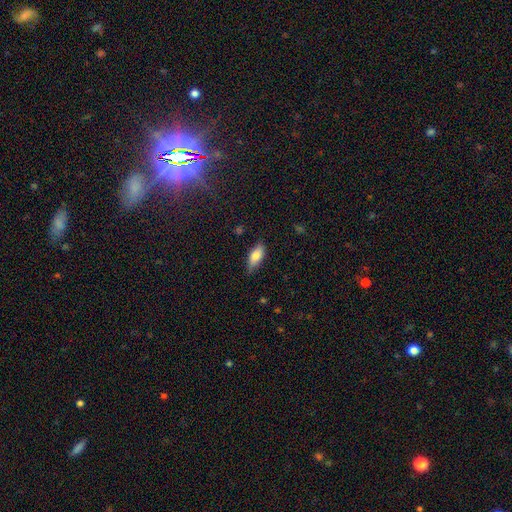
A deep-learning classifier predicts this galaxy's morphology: The model was most divided on "merging": none: 78%, minor disturbance: 18%, major disturbance: 3%, merger: 1%. More confident: how rounded — in between (81%); smooth or featured — smooth (79%).